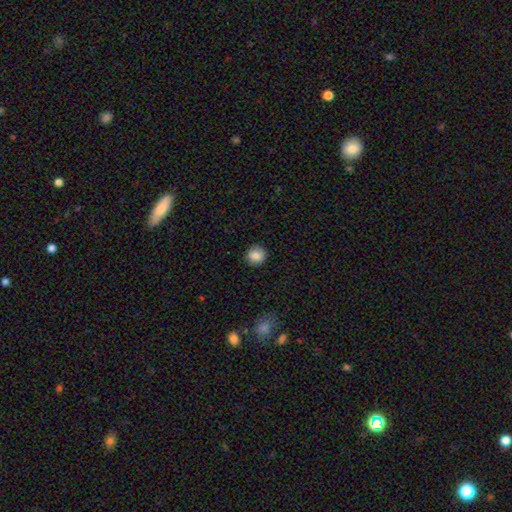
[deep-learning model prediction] smooth-or-featured: smooth: 85% | star or artifact: 9% | featured or disk: 6%
  how-rounded: round: 91% | in between: 8% | cigar-shaped: 1%
  merging: none: 90% | minor disturbance: 7% | major disturbance: 2% | merger: 1%